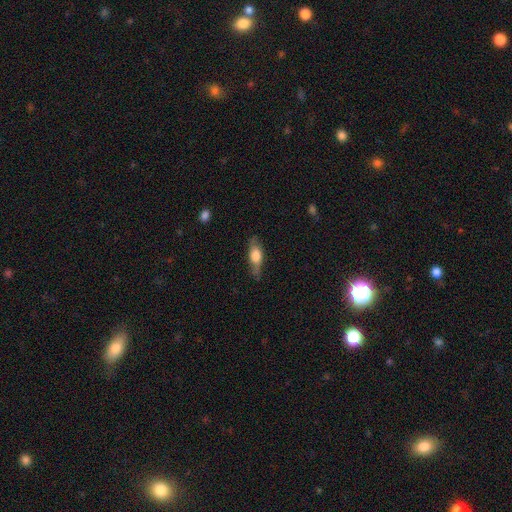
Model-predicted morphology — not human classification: Overall: smooth (52%; featured or disk 41%). How rounded: in between (61%; cigar-shaped 33%). Merging: none (73%).